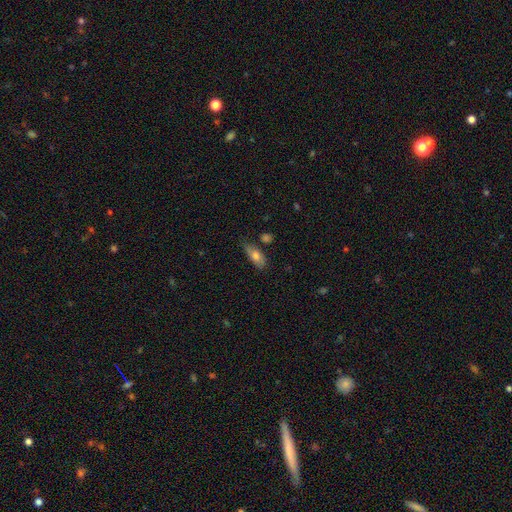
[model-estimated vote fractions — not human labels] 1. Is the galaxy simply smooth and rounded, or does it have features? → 71% smooth, 22% featured or disk, 7% star or artifact.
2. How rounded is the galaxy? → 80% in between, 16% cigar-shaped, 4% round.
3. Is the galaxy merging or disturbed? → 58% none, 30% minor disturbance, 7% major disturbance, 6% merger.